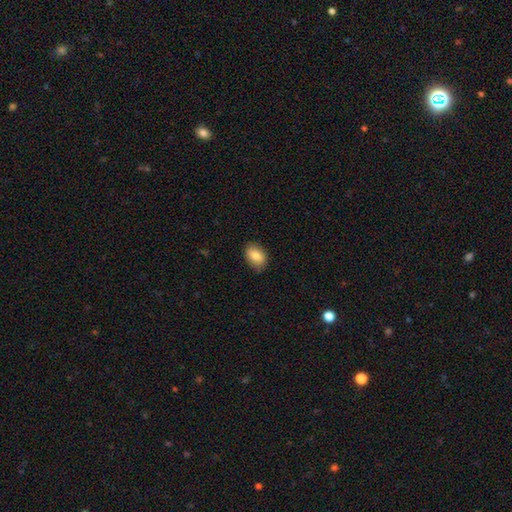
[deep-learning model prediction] The model was most divided on "merging": none: 82%, minor disturbance: 15%, major disturbance: 3%, merger: 1%. More confident: how rounded — in between (84%); smooth or featured — smooth (81%).